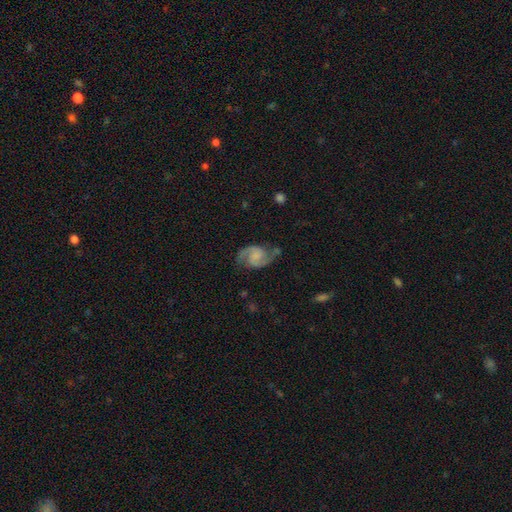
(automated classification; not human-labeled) Smooth or featured?
  - featured or disk: 88% *
  - smooth: 7%
  - star or artifact: 5%
Edge-on disk?
  - no: 98% *
  - yes: 2%
Bar?
  - no: 51% *
  - weak: 39%
  - strong: 10%
Spiral arms?
  - yes: 97% *
  - no: 3%
Spiral winding?
  - medium: 55% *
  - loose: 28%
  - tight: 17%
Spiral arm count?
  - 2: 94% *
  - can't tell: 2%
  - 1: 1%
  - 3: 1%
  - 4: 1%
  - more than 4: 1%
Bulge size?
  - none: 54% *
  - small: 23%
  - moderate: 16%
  - large: 6%
  - dominant: 2%
Merging?
  - none: 75% *
  - minor disturbance: 16%
  - major disturbance: 6%
  - merger: 2%